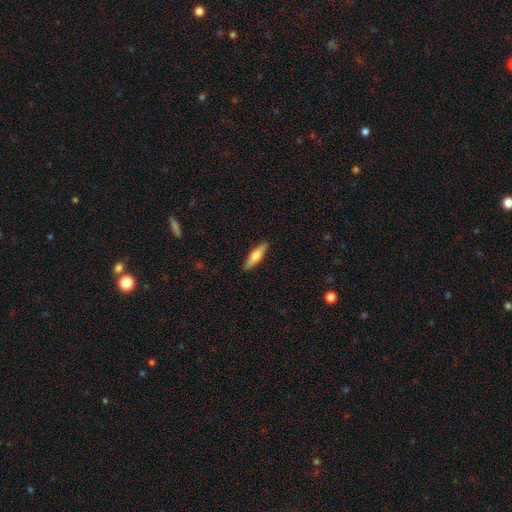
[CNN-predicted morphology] This appears to be a smooth galaxy with no disk features (56%) that is cigar-shaped (72%). Merging: none (90%).